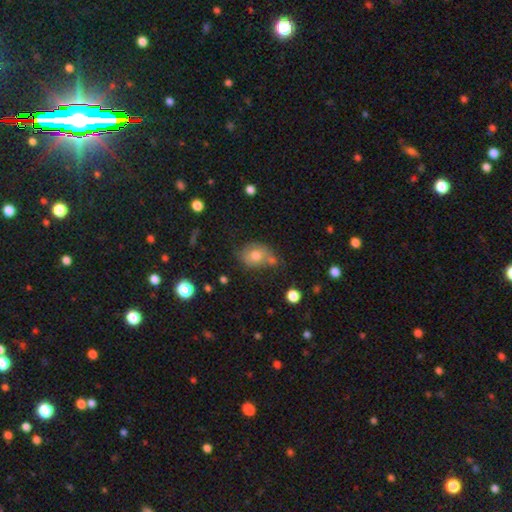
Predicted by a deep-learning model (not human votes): A smooth galaxy with no disk features (67%) that is in between round and cigar-shaped (53%).

Vote fractions:
- Smooth or featured? smooth: 67% / featured or disk: 23% / star or artifact: 11%
- How rounded? in between: 53% / round: 46% / cigar-shaped: 1%
- Merging? none: 50% / minor disturbance: 25% / merger: 17% / major disturbance: 9%